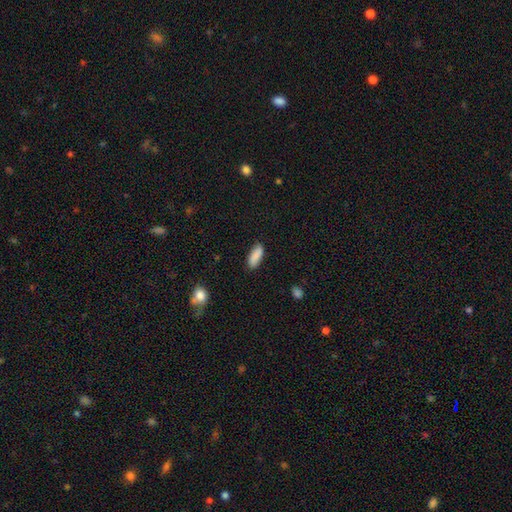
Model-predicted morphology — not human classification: Smooth or featured? smooth (88%)
How rounded? in between (70%)
Merging? none (82%)